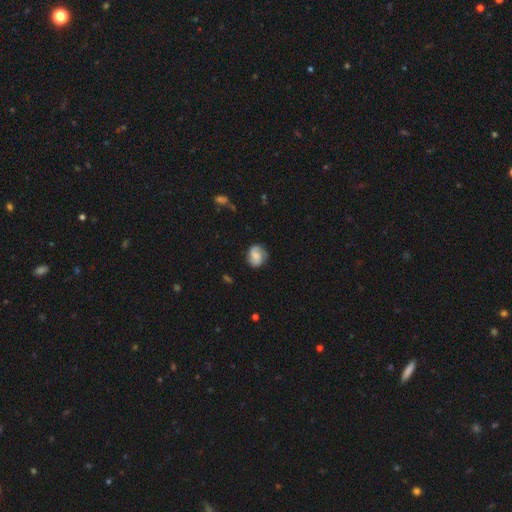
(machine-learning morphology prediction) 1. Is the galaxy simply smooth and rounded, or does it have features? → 49% smooth, 43% featured or disk, 8% star or artifact.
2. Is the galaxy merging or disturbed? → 75% none, 18% minor disturbance, 5% major disturbance, 1% merger.